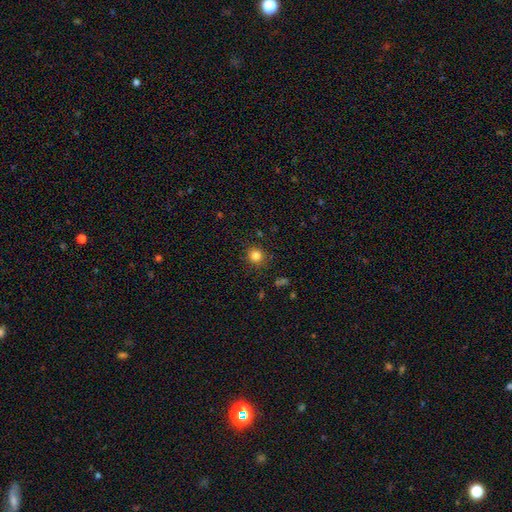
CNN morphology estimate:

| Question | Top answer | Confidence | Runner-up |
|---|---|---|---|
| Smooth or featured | smooth | 82% | star or artifact (13%) |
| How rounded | round | 91% | in between (8%) |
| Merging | none | 89% | minor disturbance (8%) |